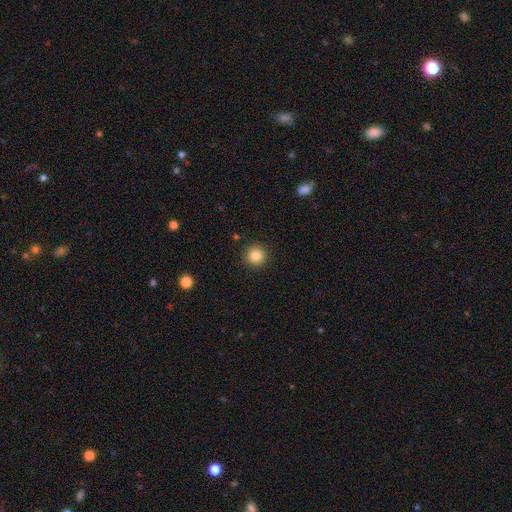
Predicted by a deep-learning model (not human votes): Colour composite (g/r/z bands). It shows a smooth galaxy with no disk features (85%) that is round (95%). Merging: none (91%).